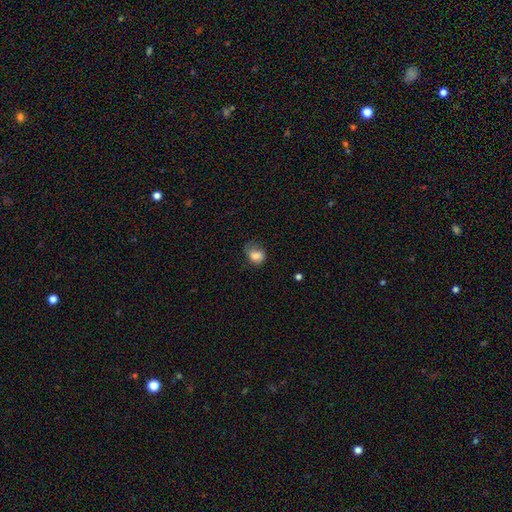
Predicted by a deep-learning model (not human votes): Smooth or featured?
  - smooth: 80% *
  - featured or disk: 11%
  - star or artifact: 9%
How rounded?
  - in between: 58% *
  - round: 41%
  - cigar-shaped: 1%
Merging?
  - none: 38% *
  - minor disturbance: 35%
  - major disturbance: 26%
  - merger: 2%